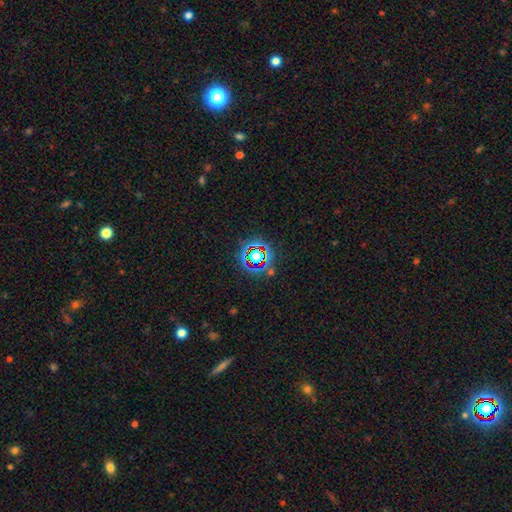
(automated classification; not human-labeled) A star or artifact, not a galaxy (67%).